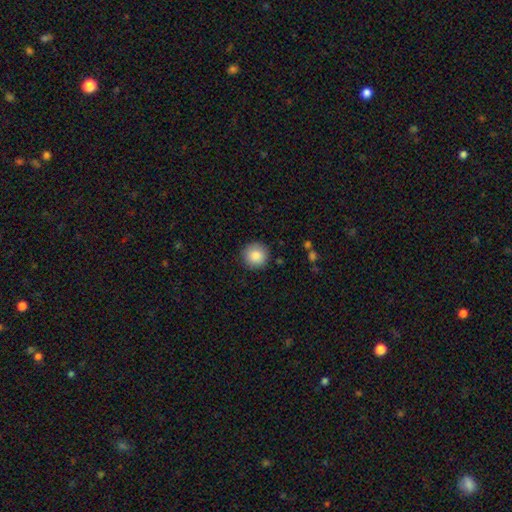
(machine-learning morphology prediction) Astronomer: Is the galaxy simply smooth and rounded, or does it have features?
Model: smooth — 87%.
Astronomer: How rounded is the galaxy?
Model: round — 95%.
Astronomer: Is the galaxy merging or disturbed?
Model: none — 90%.